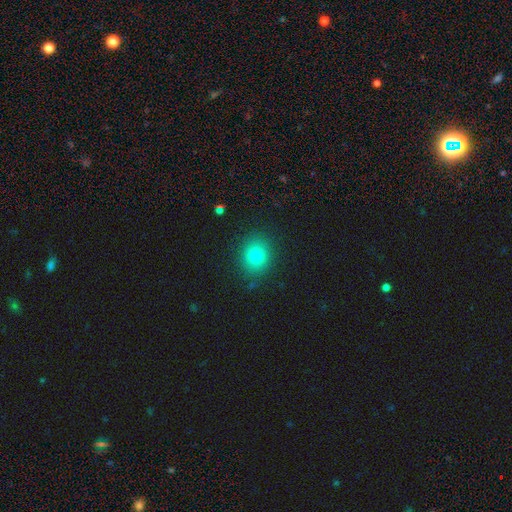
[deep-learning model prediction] Smooth or featured? smooth (77%)
How rounded? round (74%)
Merging? none (87%)